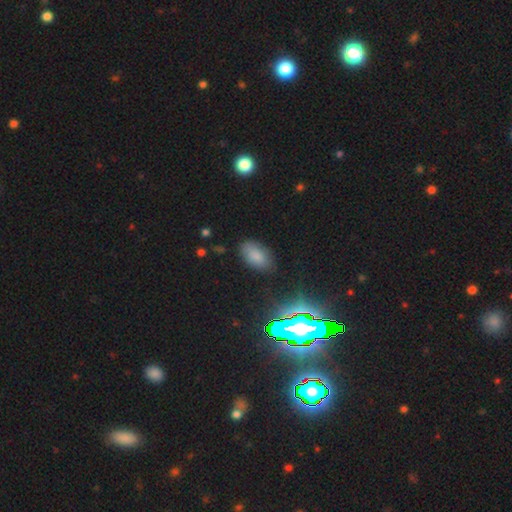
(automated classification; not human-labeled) Smooth or featured? Predicted: smooth (p=0.78). How rounded? Predicted: in between (p=0.93). Merging? Predicted: none (p=0.80).